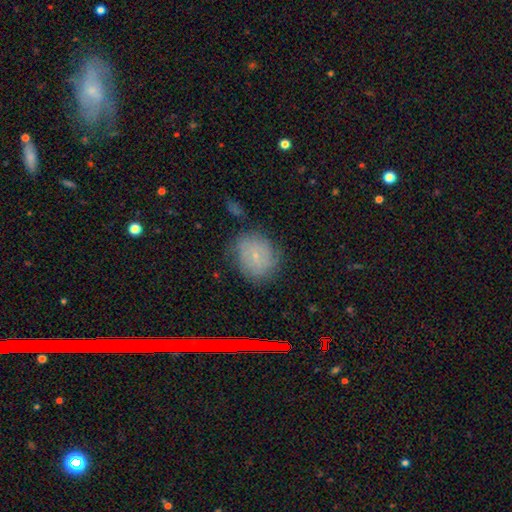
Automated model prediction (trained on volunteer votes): Smooth or featured?
  - smooth: 51% *
  - featured or disk: 32%
  - star or artifact: 16%
How rounded?
  - round: 57% *
  - in between: 41%
  - cigar-shaped: 2%
Merging?
  - none: 76% *
  - minor disturbance: 17%
  - major disturbance: 5%
  - merger: 2%